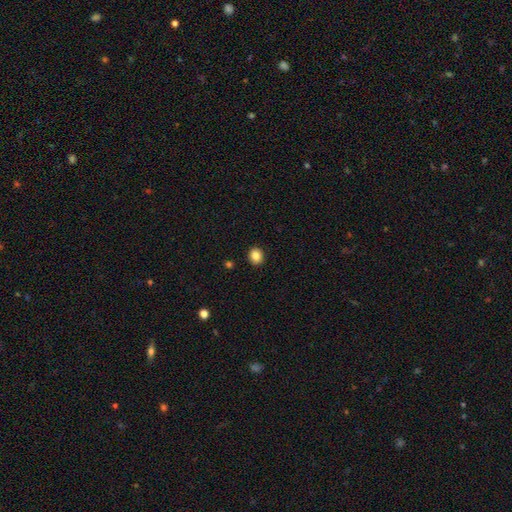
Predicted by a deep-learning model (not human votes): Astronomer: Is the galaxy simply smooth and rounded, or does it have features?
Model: smooth — 85%.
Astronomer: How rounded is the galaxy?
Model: round — 80%.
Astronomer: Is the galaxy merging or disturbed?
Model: none — 92%.